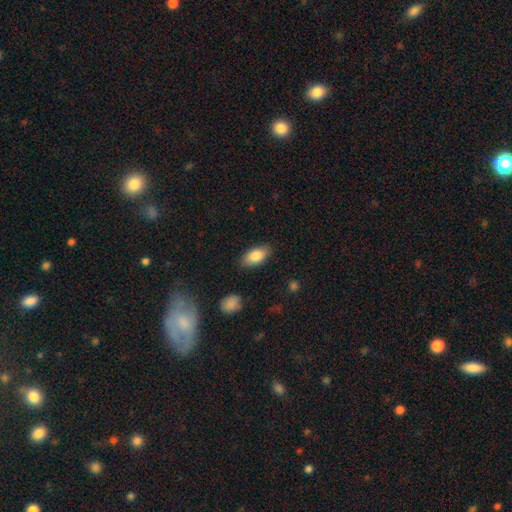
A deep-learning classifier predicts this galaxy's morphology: Smooth or featured? Predicted: smooth (p=0.84). How rounded? Predicted: in between (p=0.92). Merging? Predicted: none (p=0.86).